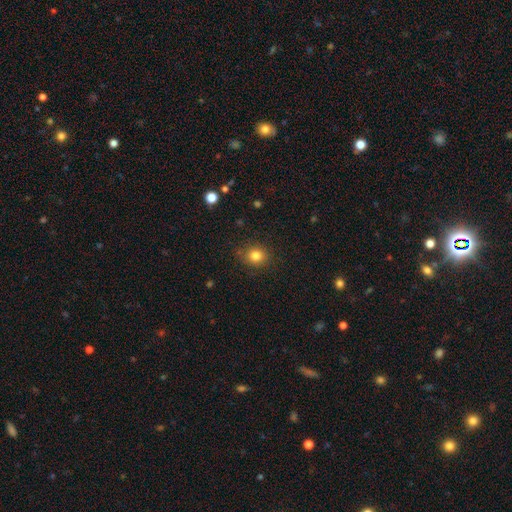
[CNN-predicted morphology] This appears to be a smooth galaxy with no disk features (82%) that is round (76%). Merging: none (86%).